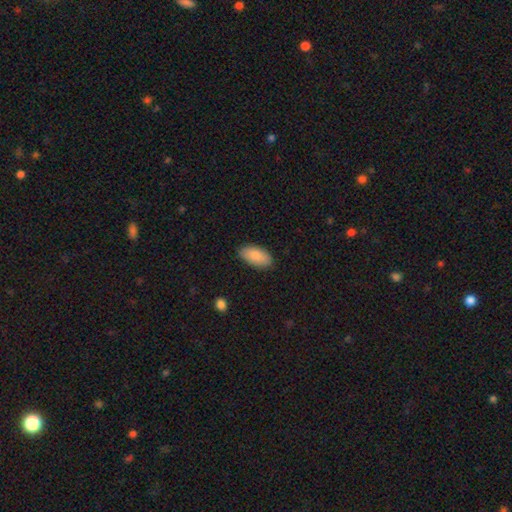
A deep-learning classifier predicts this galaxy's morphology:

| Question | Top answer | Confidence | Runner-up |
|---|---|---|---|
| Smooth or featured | smooth | 88% | featured or disk (6%) |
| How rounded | in between | 94% | cigar-shaped (4%) |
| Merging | none | 86% | minor disturbance (10%) |